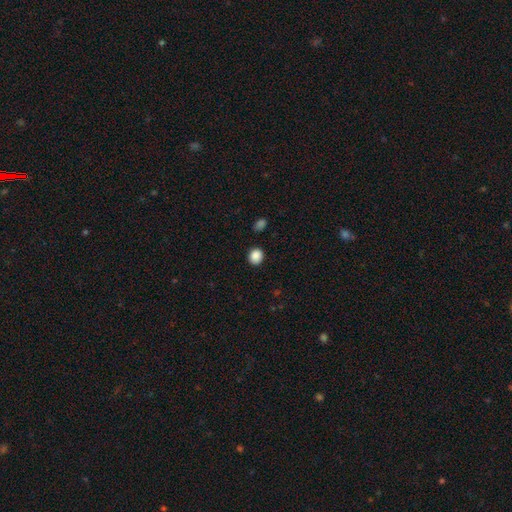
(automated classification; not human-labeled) Q: Smooth or featured?
A: smooth (88%); runner-up: star or artifact (9%)
Q: How rounded?
A: round (79%); runner-up: in between (20%)
Q: Merging?
A: none (89%); runner-up: minor disturbance (7%)